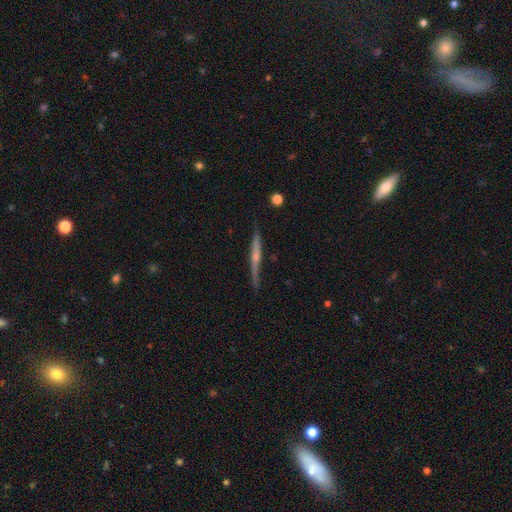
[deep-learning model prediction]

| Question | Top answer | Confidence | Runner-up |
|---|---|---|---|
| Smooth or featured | featured or disk | 70% | smooth (25%) |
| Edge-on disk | yes | 97% | no (3%) |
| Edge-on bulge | rounded | 68% | none (25%) |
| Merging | none | 82% | minor disturbance (14%) |